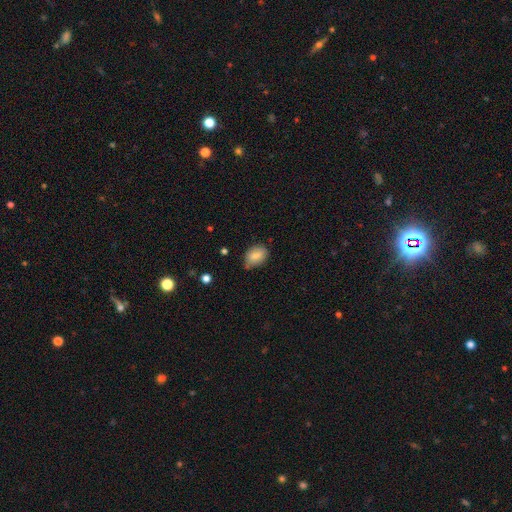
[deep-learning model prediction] Morphology: type=smooth (83%); roundness=in between (80%); merging=none (57%).